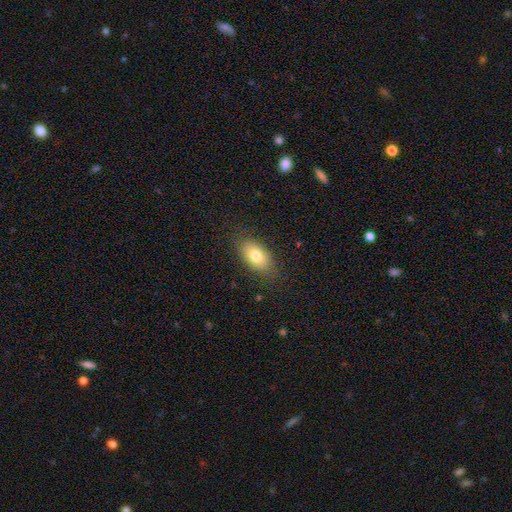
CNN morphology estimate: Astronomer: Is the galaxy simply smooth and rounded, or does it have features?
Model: smooth — 78%.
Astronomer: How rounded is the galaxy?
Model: in between — 90%.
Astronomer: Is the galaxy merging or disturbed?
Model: none — 84%.